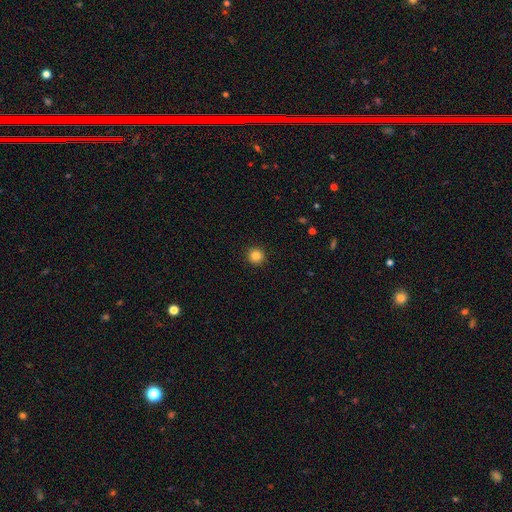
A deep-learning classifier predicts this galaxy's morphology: A smooth galaxy with no disk features (85%) that is round (95%). Merging: none (93%).